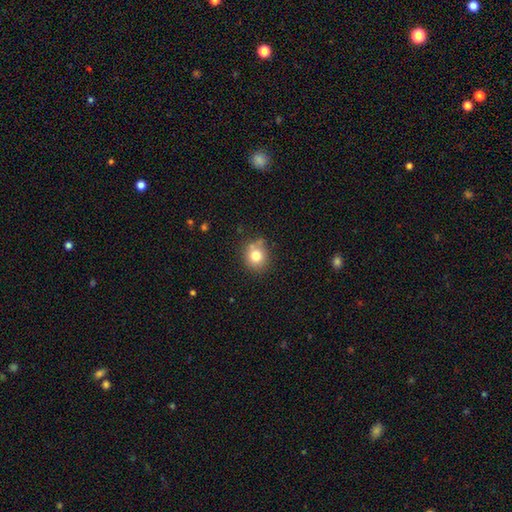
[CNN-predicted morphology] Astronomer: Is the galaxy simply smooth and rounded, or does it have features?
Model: smooth — 77%.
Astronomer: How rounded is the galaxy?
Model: round — 81%.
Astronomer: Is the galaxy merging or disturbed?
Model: none — 71%.